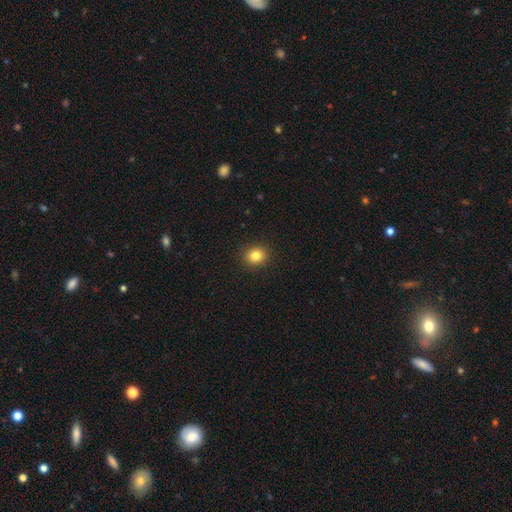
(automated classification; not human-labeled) A smooth galaxy with no disk features (83%) that is round (78%). Merging: none (91%).